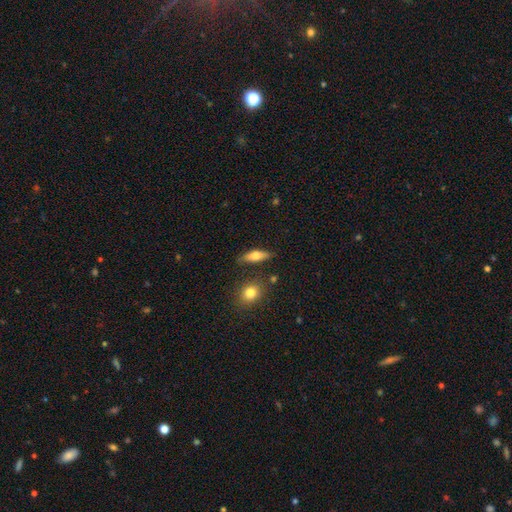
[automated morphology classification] Smooth or featured? smooth (67%)
How rounded? in between (61%)
Merging? none (76%)